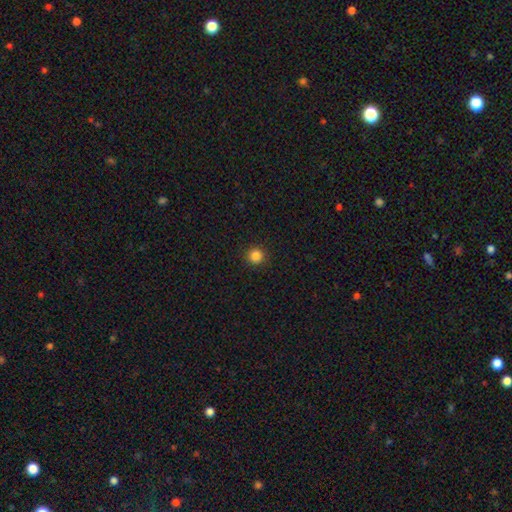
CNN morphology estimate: type=smooth (85%); roundness=round (95%); merging=none (93%).